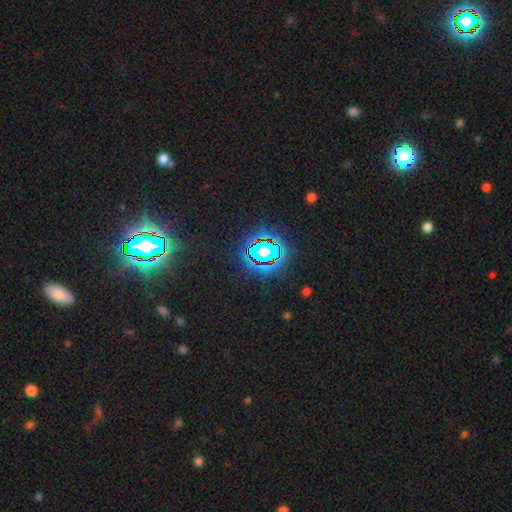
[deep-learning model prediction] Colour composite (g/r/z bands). It shows a star or artifact, not a galaxy (74%).